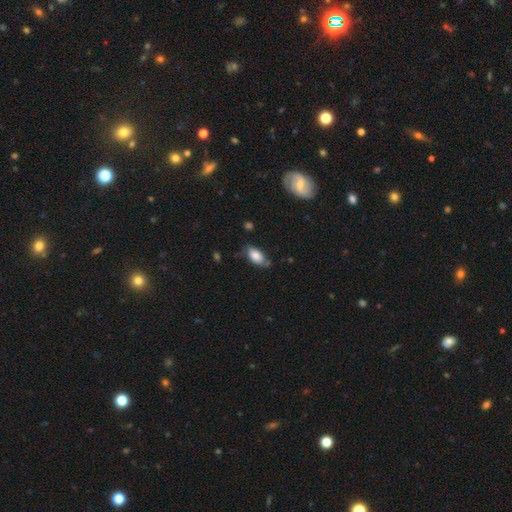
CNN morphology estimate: This appears to be a smooth galaxy with no disk features (75%) that is in between round and cigar-shaped (89%). Merging: none (59%).